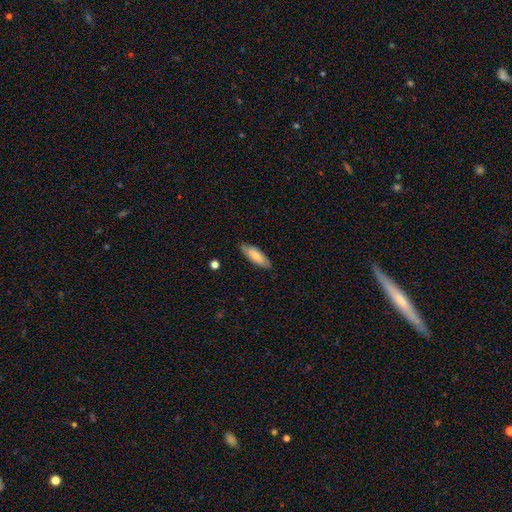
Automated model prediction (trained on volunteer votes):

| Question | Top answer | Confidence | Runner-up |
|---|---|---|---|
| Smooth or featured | smooth | 75% | featured or disk (20%) |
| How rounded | in between | 60% | cigar-shaped (38%) |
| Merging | none | 84% | minor disturbance (13%) |